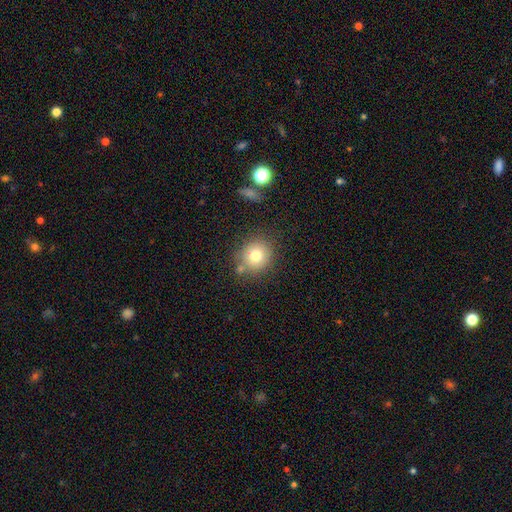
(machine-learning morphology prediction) A smooth galaxy with no disk features (76%) that is round (87%).

Vote fractions:
- Smooth or featured? smooth: 76% / featured or disk: 12% / star or artifact: 12%
- How rounded? round: 87% / in between: 12% / cigar-shaped: 1%
- Merging? none: 73% / minor disturbance: 13% / merger: 10% / major disturbance: 4%